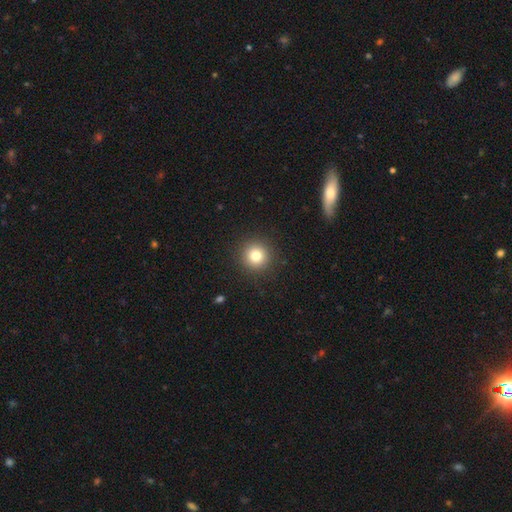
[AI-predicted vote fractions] Smooth or featured? smooth (81%)
How rounded? round (95%)
Merging? none (92%)